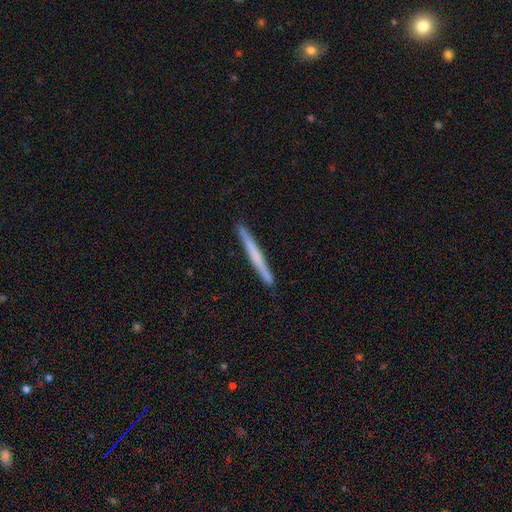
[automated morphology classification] Overall: smooth (51%; featured or disk 44%). How rounded: cigar-shaped (97%). Merging: none (91%).